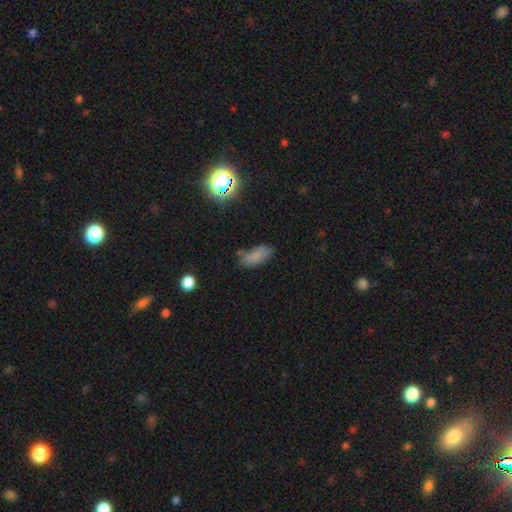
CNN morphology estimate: Smooth or featured?
  - smooth: 75% *
  - star or artifact: 14%
  - featured or disk: 11%
How rounded?
  - in between: 85% *
  - cigar-shaped: 12%
  - round: 3%
Merging?
  - none: 59% *
  - minor disturbance: 27%
  - major disturbance: 8%
  - merger: 6%